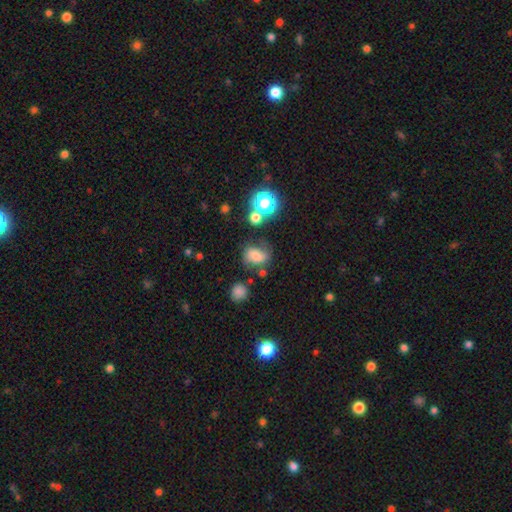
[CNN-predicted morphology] smooth-or-featured: smooth: 60% | featured or disk: 23% | star or artifact: 17%
  how-rounded: in between: 57% | round: 41% | cigar-shaped: 2%
  merging: none: 53% | minor disturbance: 25% | major disturbance: 14% | merger: 9%